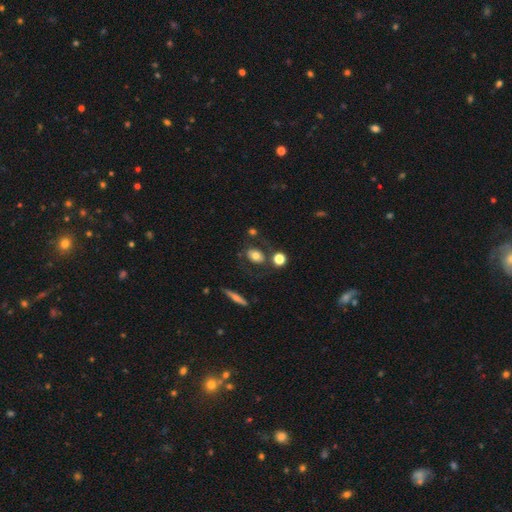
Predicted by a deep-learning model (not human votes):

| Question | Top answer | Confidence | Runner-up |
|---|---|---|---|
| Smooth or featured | smooth | 68% | featured or disk (22%) |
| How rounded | in between | 68% | round (30%) |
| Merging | none | 69% | minor disturbance (13%) |